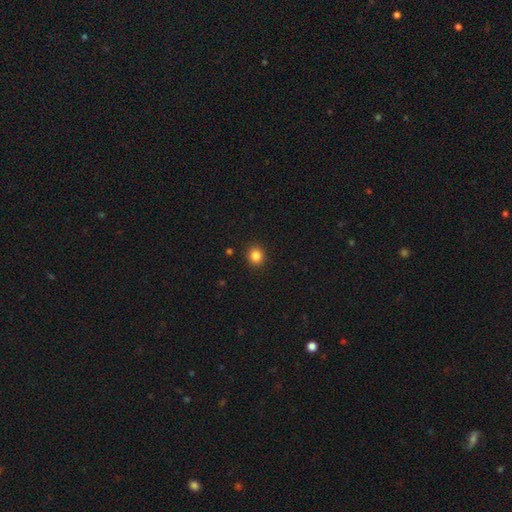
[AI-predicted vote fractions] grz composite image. It shows a smooth galaxy with no disk features (85%) that is round (85%). Merging: none (91%).